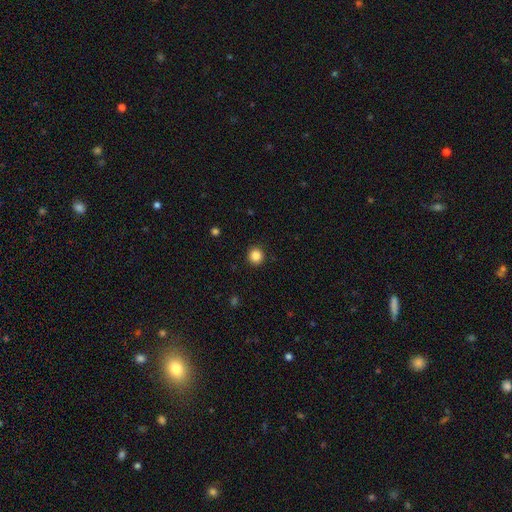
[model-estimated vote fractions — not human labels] smooth_or_featured: smooth (p=0.86) [alt: star or artifact p=0.11]
how_rounded: round (p=0.93) [alt: in between p=0.06]
merging: none (p=0.92) [alt: minor disturbance p=0.05]